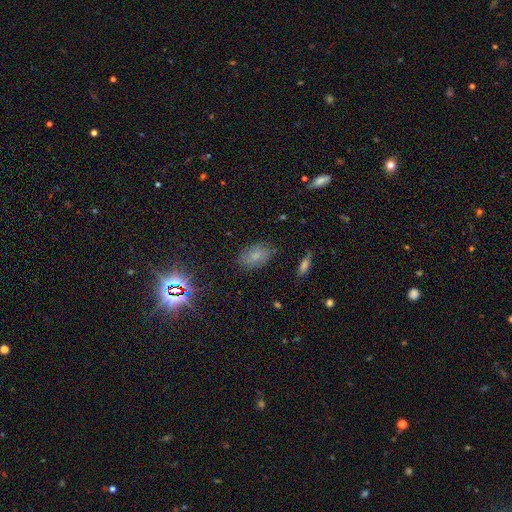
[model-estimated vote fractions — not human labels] Q: Smooth or featured?
A: smooth (69%); runner-up: star or artifact (18%)
Q: How rounded?
A: in between (89%); runner-up: round (9%)
Q: Merging?
A: none (81%); runner-up: minor disturbance (14%)